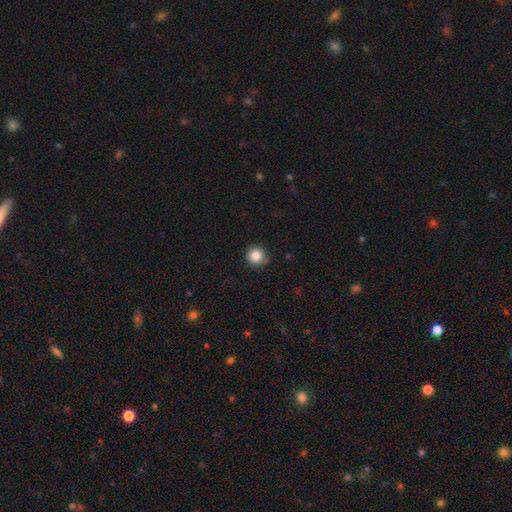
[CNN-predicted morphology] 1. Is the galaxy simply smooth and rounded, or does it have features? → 86% smooth, 10% star or artifact, 4% featured or disk.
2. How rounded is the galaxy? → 94% round, 5% in between, 1% cigar-shaped.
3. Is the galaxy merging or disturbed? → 85% none, 11% minor disturbance, 2% major disturbance, 1% merger.